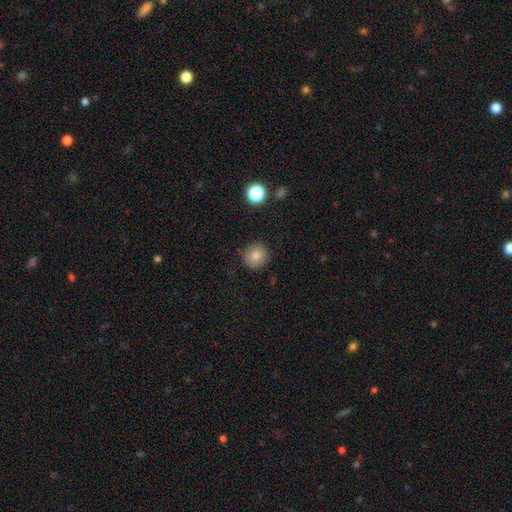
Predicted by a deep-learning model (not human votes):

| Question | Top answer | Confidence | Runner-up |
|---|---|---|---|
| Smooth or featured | smooth | 82% | star or artifact (11%) |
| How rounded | round | 92% | in between (7%) |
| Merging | none | 89% | minor disturbance (7%) |